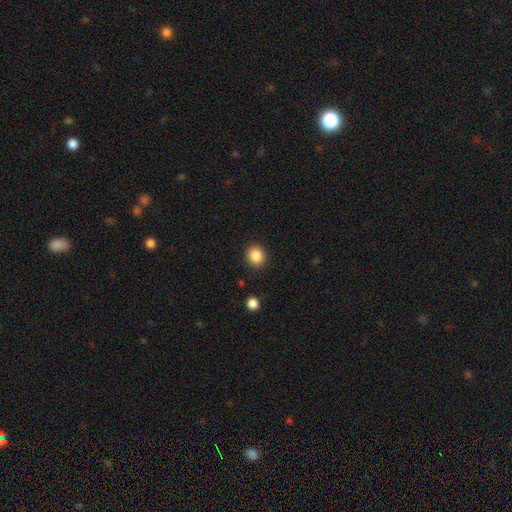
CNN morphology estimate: The model was most divided on "how rounded": round: 84%, in between: 15%, cigar-shaped: 1%. More confident: merging — none (90%); smooth or featured — smooth (86%).